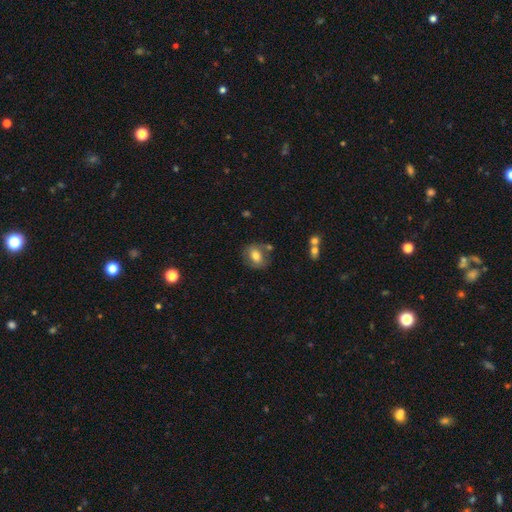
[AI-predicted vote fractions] The model was most divided on "how rounded": round: 51%, in between: 48%, cigar-shaped: 1%. More confident: merging — none (68%); smooth or featured — smooth (67%).